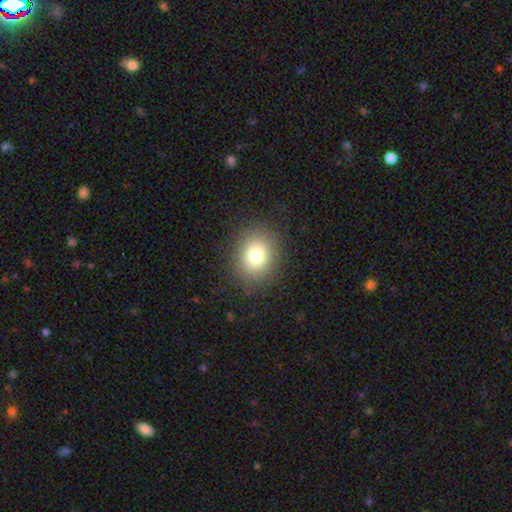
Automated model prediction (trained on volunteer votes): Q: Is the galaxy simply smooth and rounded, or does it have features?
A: smooth — 79%.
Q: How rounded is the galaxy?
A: round — 65%.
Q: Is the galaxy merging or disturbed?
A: none — 85%.